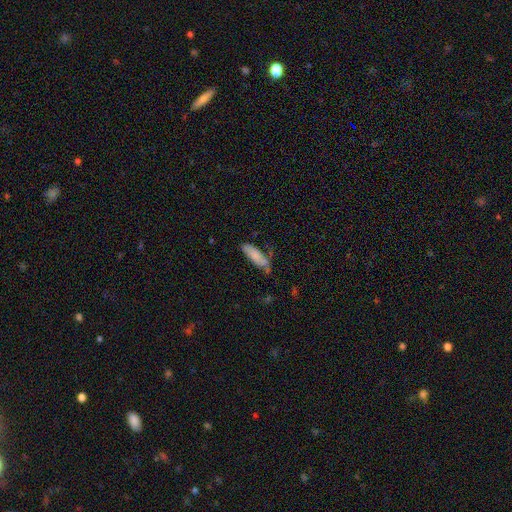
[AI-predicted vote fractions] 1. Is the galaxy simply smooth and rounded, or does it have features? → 78% smooth, 16% featured or disk, 7% star or artifact.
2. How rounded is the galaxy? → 52% in between, 47% cigar-shaped, 2% round.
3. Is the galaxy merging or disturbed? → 60% none, 26% minor disturbance, 7% merger, 6% major disturbance.